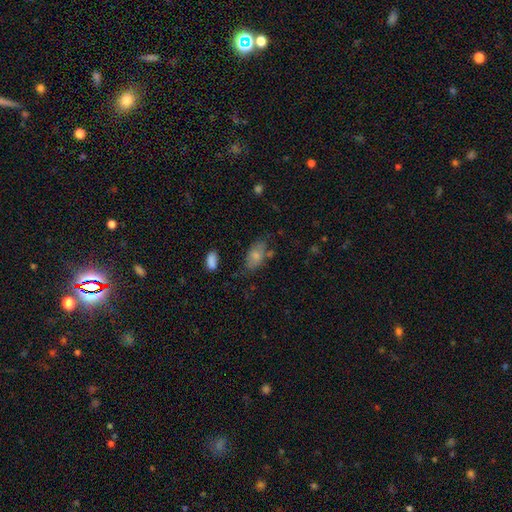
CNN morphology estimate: Q: Smooth or featured?
A: smooth (75%); runner-up: featured or disk (17%)
Q: How rounded?
A: in between (91%); runner-up: round (6%)
Q: Merging?
A: none (56%); runner-up: minor disturbance (27%)